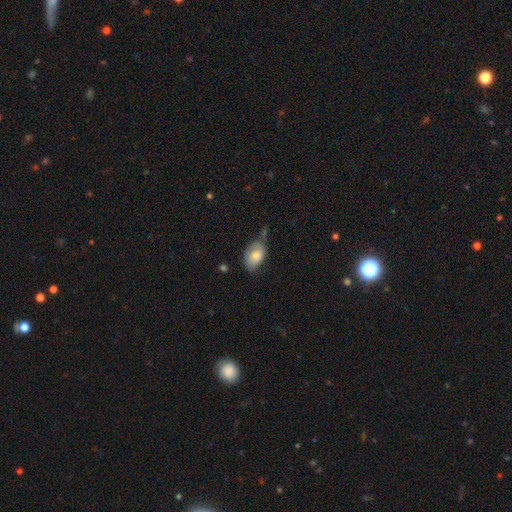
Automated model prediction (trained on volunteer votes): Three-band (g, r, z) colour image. It shows a smooth galaxy with no disk features (77%) that is in between round and cigar-shaped (88%). Merging: none (47%).